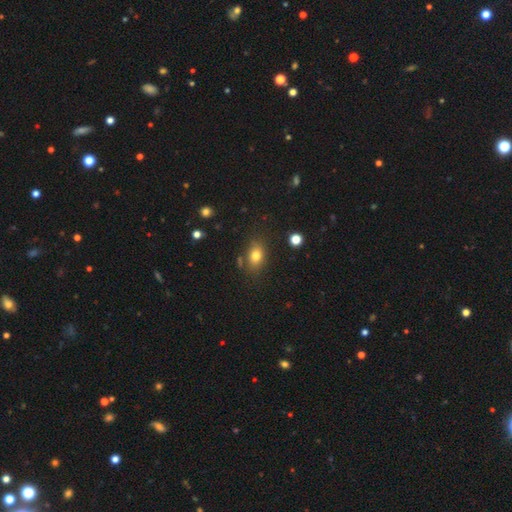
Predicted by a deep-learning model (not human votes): A smooth galaxy with no disk features (79%) that is in between round and cigar-shaped (72%). Merging: none (76%).